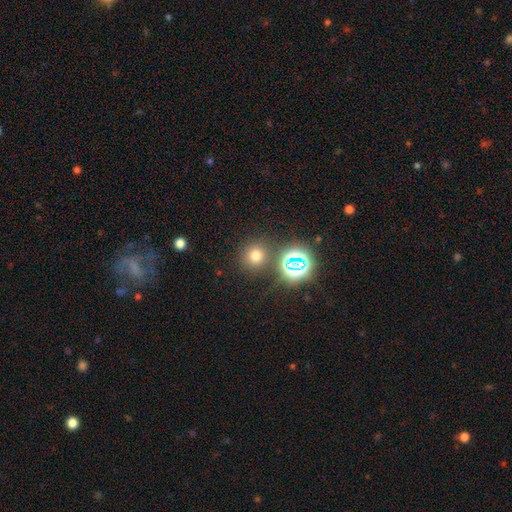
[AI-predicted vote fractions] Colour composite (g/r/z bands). It shows a smooth galaxy with no disk features (67%) that is round (90%). Merging: none (81%).